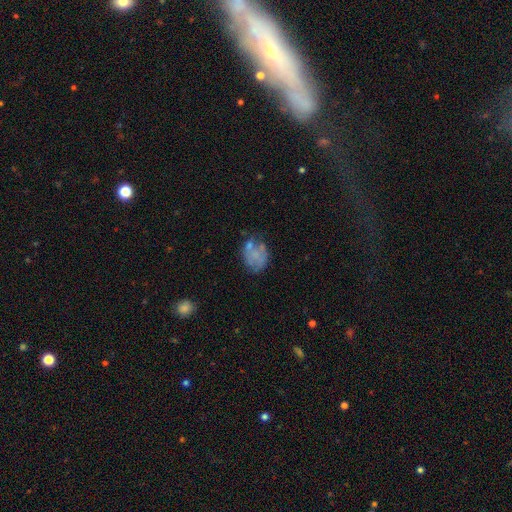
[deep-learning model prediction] Overall: smooth (49%; featured or disk 41%). Merging: none (43%; minor disturbance 27%).